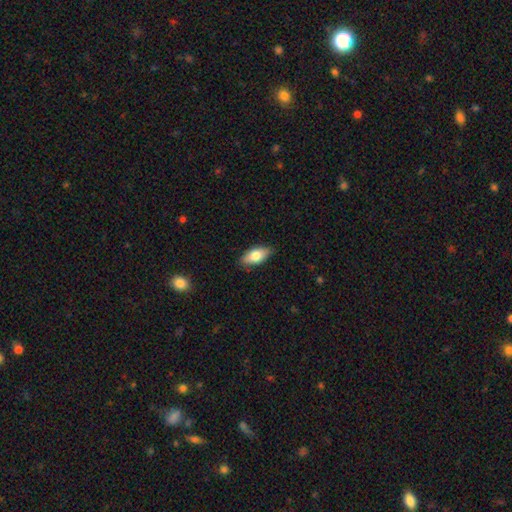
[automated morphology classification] This is likely a smooth galaxy (78%). How rounded: clearly in between (88%). Merging: clearly none (86%).